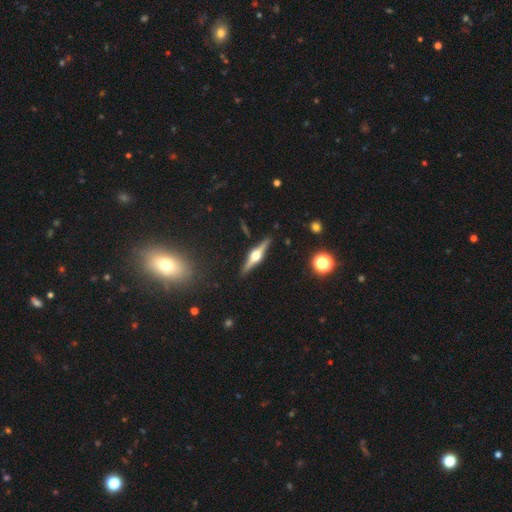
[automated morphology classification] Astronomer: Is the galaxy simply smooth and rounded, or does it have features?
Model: featured or disk — 81%.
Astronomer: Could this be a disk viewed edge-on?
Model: yes — 98%.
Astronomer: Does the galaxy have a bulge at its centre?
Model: rounded — 95%.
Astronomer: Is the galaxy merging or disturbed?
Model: none — 91%.